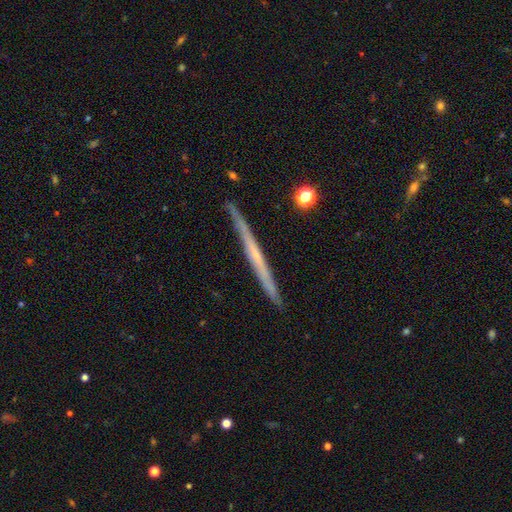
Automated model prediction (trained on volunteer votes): A featured or disk galaxy (64%) viewed edge-on (97%) with no central bulge (78%).

Vote fractions:
- Smooth or featured? featured or disk: 64% / smooth: 30% / star or artifact: 6%
- Edge-on disk? yes: 97% / no: 3%
- Edge-on bulge? none: 78% / rounded: 18% / boxy: 4%
- Merging? none: 89% / minor disturbance: 8% / merger: 1% / major disturbance: 1%